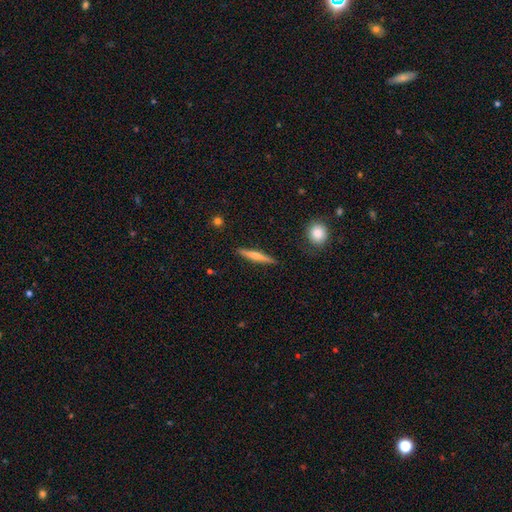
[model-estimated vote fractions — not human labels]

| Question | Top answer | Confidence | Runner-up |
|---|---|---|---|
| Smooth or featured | smooth | 49% | featured or disk (45%) |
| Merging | none | 89% | minor disturbance (8%) |